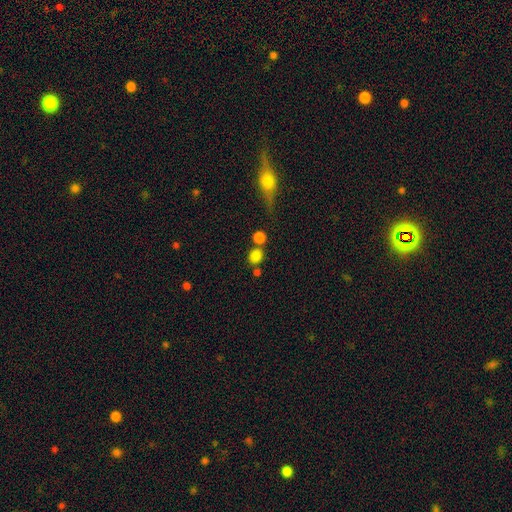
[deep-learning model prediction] Smooth or featured? Predicted: smooth (p=0.82). How rounded? Predicted: round (p=0.83). Merging? Predicted: none (p=0.62).